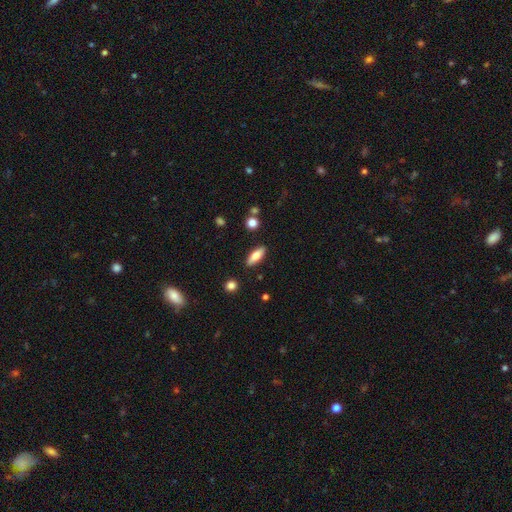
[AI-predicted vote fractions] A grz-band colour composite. It shows a smooth galaxy with no disk features (68%) that is in between round and cigar-shaped (63%). Merging: none (87%).